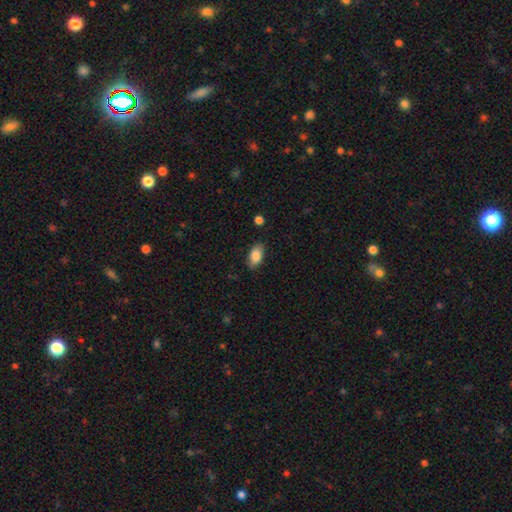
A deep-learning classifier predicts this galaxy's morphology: A smooth galaxy with no disk features (86%) that is in between round and cigar-shaped (92%). Merging: none (84%).